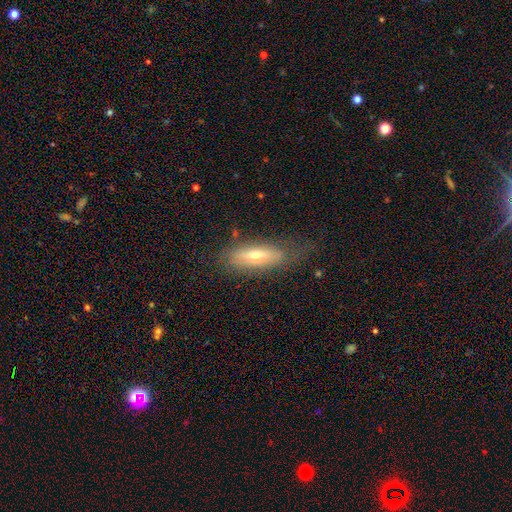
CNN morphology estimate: Q: Smooth or featured?
A: smooth (47%); runner-up: featured or disk (45%)
Q: Merging?
A: none (62%); runner-up: minor disturbance (25%)